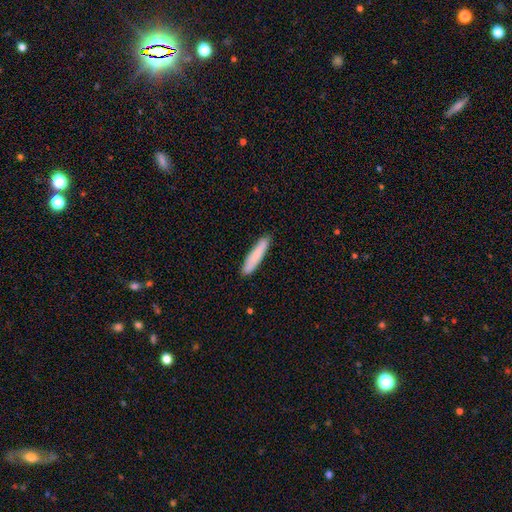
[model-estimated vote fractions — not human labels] Smooth or featured: smooth — 83% (featured or disk — 11%)
How rounded: cigar-shaped — 90% (in between — 9%)
Merging: none — 88% (minor disturbance — 9%)